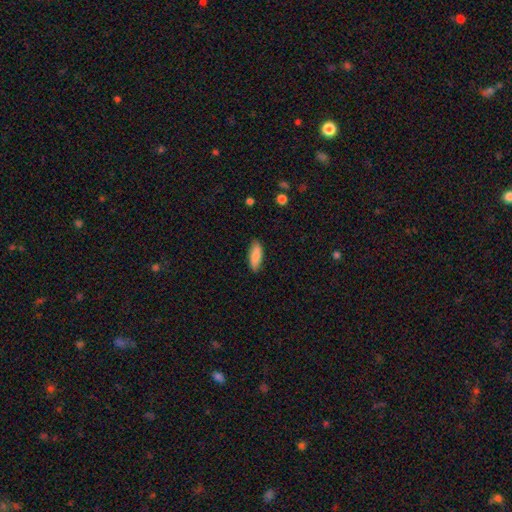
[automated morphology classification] This appears to be a smooth galaxy with no disk features (87%) that is in between round and cigar-shaped (62%). Merging: none (86%).